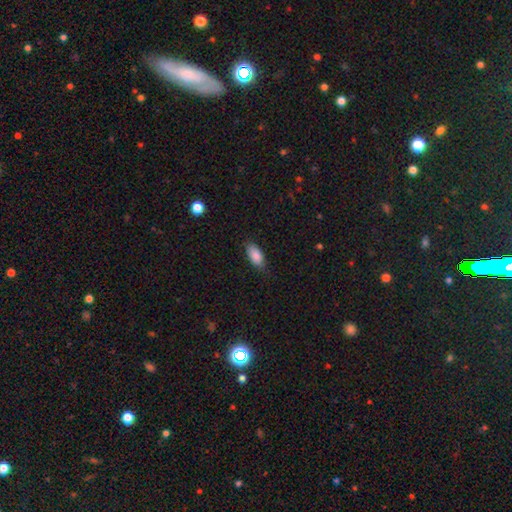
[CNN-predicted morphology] Smooth or featured? Predicted: smooth (p=0.86). How rounded? Predicted: in between (p=0.90). Merging? Predicted: none (p=0.77).